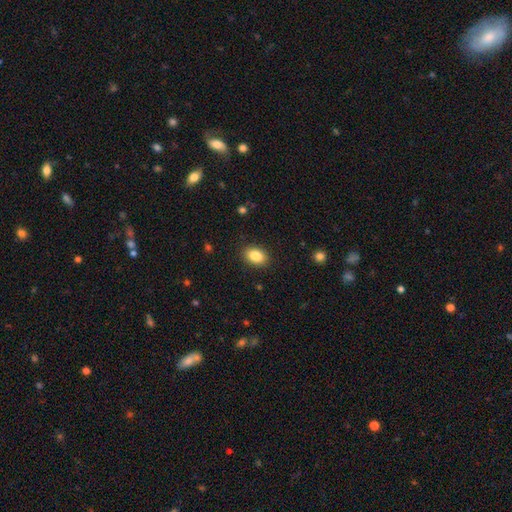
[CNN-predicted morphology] Q: Smooth or featured?
A: smooth (86%); runner-up: star or artifact (8%)
Q: How rounded?
A: in between (77%); runner-up: round (22%)
Q: Merging?
A: none (88%); runner-up: minor disturbance (8%)